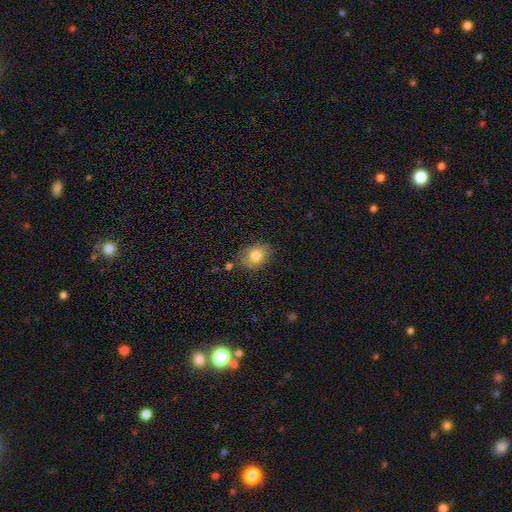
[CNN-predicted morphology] This appears to be a smooth galaxy with no disk features (79%) that is in between round and cigar-shaped (70%). Merging: none (77%).